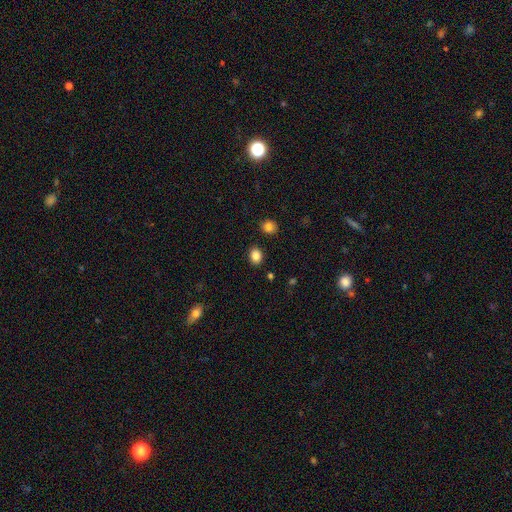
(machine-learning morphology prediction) This is clearly a smooth galaxy (86%). How rounded: possibly in between (52%). Merging: clearly none (88%).